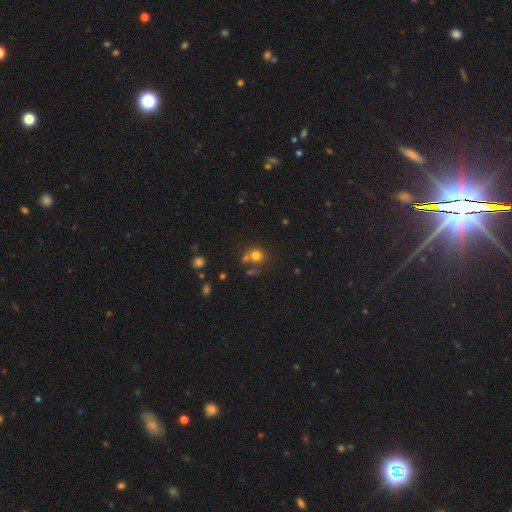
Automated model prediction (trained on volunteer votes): Morphology: type=smooth (73%); roundness=round (83%); merging=none (58%).